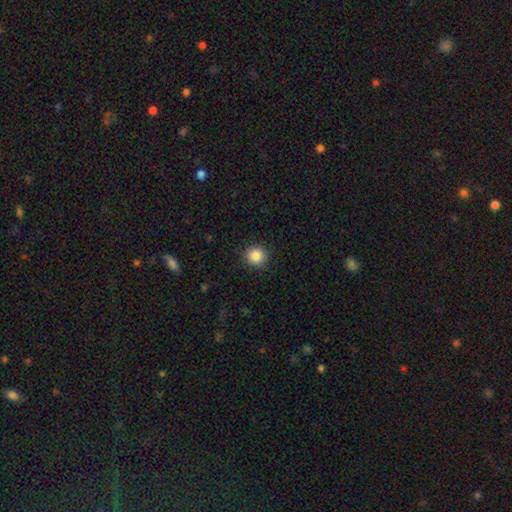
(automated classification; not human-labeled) Smooth or featured?
  - smooth: 86% *
  - star or artifact: 10%
  - featured or disk: 4%
How rounded?
  - round: 93% *
  - in between: 6%
  - cigar-shaped: 1%
Merging?
  - none: 91% *
  - minor disturbance: 6%
  - major disturbance: 2%
  - merger: 1%